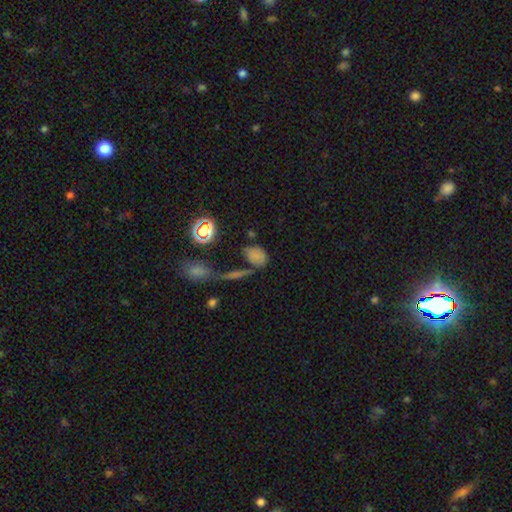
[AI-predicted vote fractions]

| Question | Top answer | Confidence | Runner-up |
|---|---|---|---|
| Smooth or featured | smooth | 73% | star or artifact (18%) |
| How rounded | in between | 71% | round (25%) |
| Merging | none | 57% | minor disturbance (18%) |